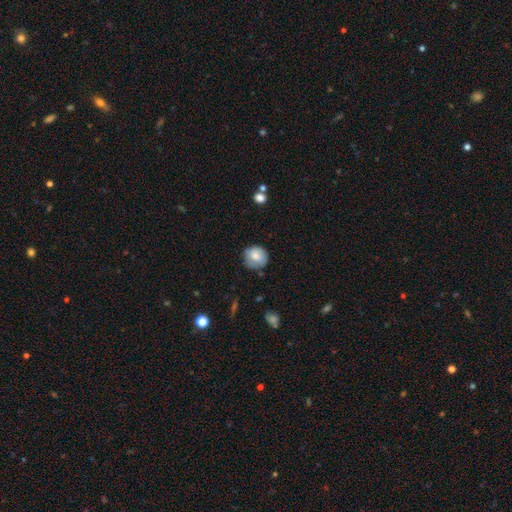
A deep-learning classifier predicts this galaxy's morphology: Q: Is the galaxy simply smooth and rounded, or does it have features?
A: smooth — 78%.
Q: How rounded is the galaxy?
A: round — 83%.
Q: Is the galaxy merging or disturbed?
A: none — 69%.